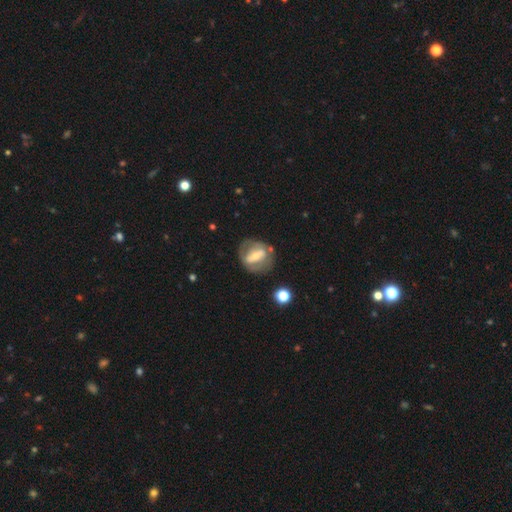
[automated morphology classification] Smooth or featured?
  - featured or disk: 61% *
  - smooth: 32%
  - star or artifact: 7%
Edge-on disk?
  - no: 90% *
  - yes: 10%
Bar?
  - strong: 56% *
  - weak: 26%
  - no: 18%
Spiral arms?
  - no: 59% *
  - yes: 41%
Bulge size?
  - small: 44% *
  - moderate: 39%
  - large: 8%
  - none: 7%
  - dominant: 2%
Merging?
  - none: 65% *
  - minor disturbance: 19%
  - major disturbance: 12%
  - merger: 4%